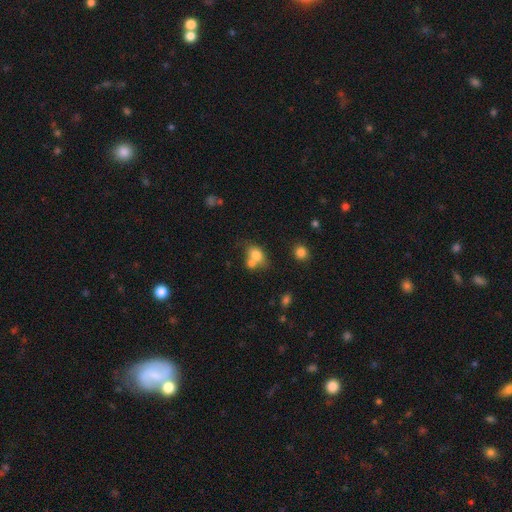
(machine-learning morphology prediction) Smooth or featured? Predicted: smooth (p=0.76). How rounded? Predicted: in between (p=0.62). Merging? Predicted: merger (p=0.48).